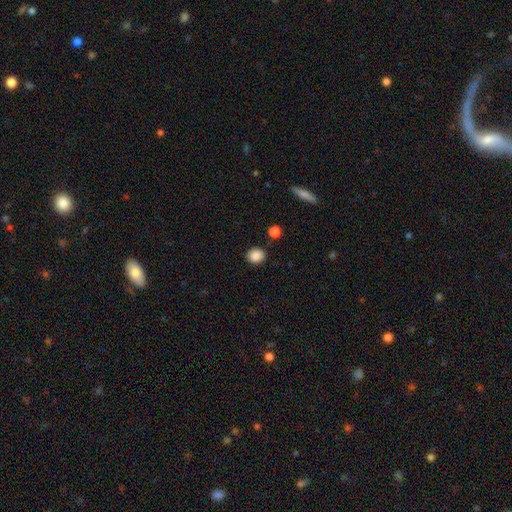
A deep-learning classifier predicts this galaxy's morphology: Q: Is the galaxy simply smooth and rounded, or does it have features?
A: smooth — 87%.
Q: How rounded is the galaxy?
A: round — 69%.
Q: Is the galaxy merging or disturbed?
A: none — 86%.